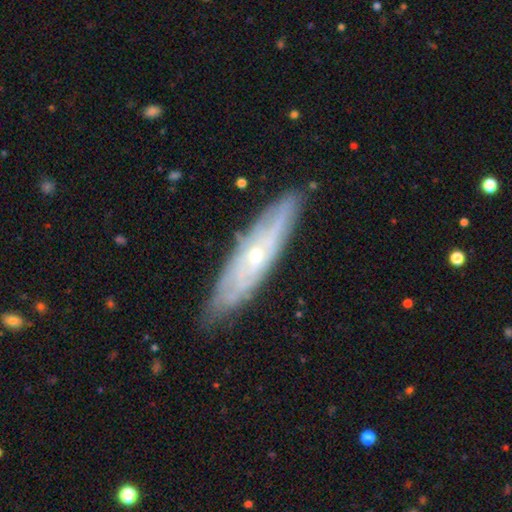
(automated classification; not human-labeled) This appears to be a featured or disk galaxy (73%). Merging: none (80%).